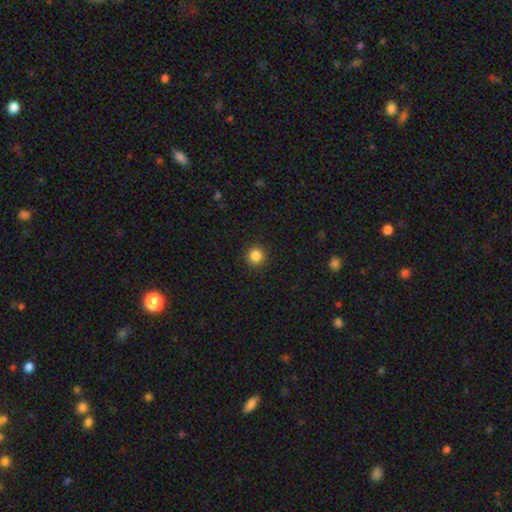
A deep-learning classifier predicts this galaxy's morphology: Q: Smooth or featured?
A: smooth (86%); runner-up: star or artifact (11%)
Q: How rounded?
A: round (94%); runner-up: in between (5%)
Q: Merging?
A: none (92%); runner-up: minor disturbance (5%)